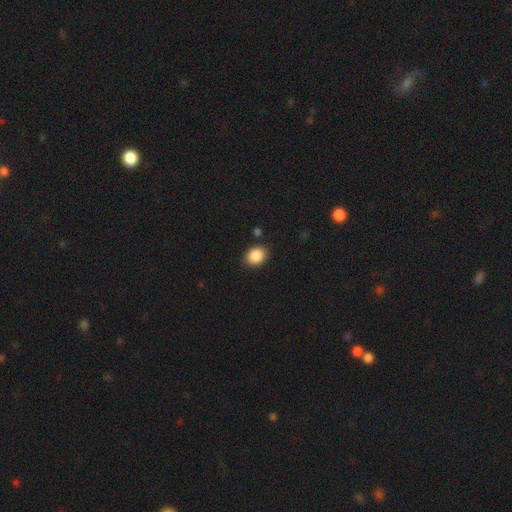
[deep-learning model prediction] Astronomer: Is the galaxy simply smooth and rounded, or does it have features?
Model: smooth — 88%.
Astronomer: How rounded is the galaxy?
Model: in between — 51% (runner-up: round, 48%).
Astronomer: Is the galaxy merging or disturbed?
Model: none — 85%.